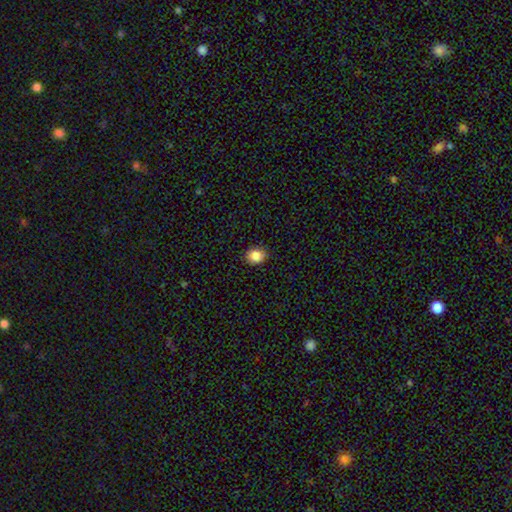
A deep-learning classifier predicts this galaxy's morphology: Smooth or featured: smooth — 85% (star or artifact — 10%)
How rounded: round — 64% (in between — 35%)
Merging: none — 89% (minor disturbance — 8%)